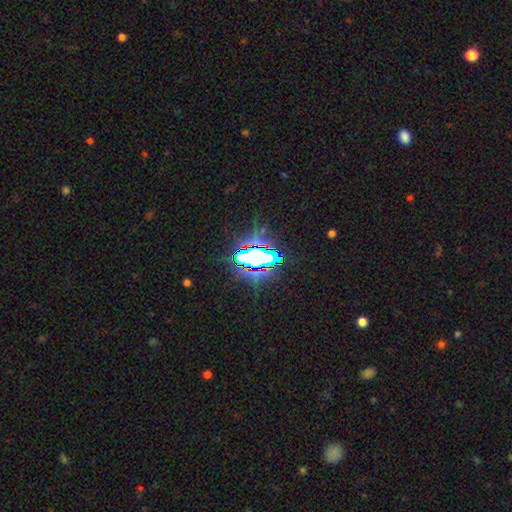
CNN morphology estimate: type=star or artifact (69%).